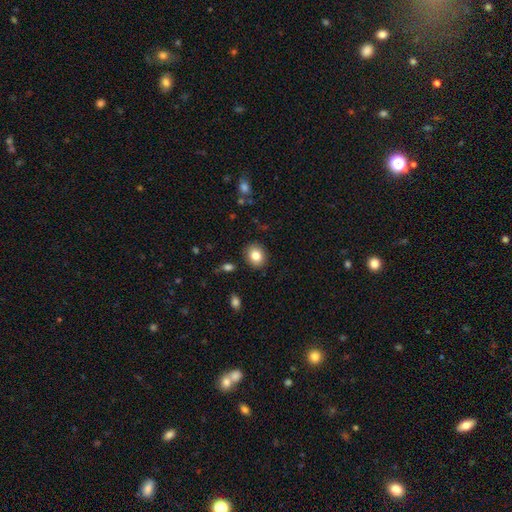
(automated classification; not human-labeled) Q: Smooth or featured?
A: smooth (82%); runner-up: star or artifact (9%)
Q: How rounded?
A: round (59%); runner-up: in between (40%)
Q: Merging?
A: none (88%); runner-up: minor disturbance (8%)